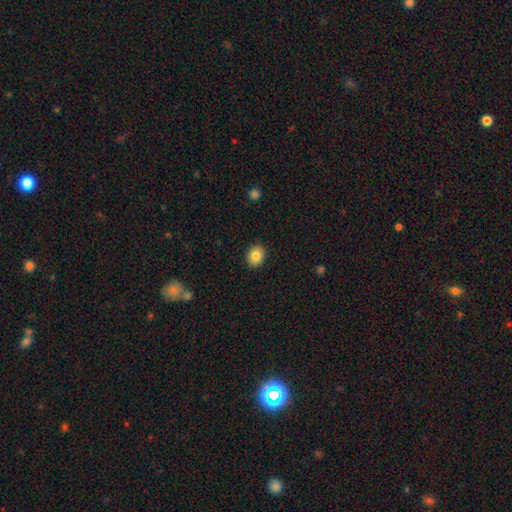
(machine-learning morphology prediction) Smooth or featured?
  - smooth: 84% *
  - star or artifact: 9%
  - featured or disk: 8%
How rounded?
  - round: 57% *
  - in between: 42%
  - cigar-shaped: 1%
Merging?
  - none: 91% *
  - minor disturbance: 7%
  - major disturbance: 2%
  - merger: 1%